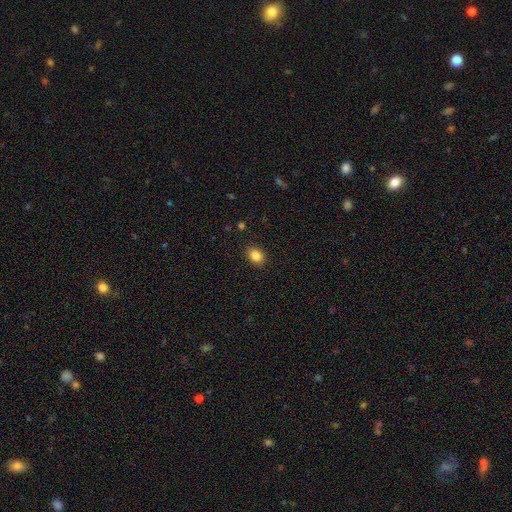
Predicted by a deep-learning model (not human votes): smooth_or_featured: smooth (p=0.85) [alt: star or artifact p=0.10]
how_rounded: in between (p=0.60) [alt: round p=0.39]
merging: none (p=0.89) [alt: minor disturbance p=0.08]